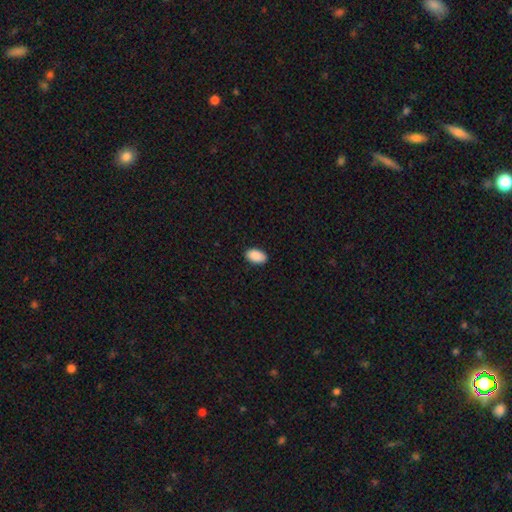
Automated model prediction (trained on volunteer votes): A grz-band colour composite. It shows a smooth galaxy with no disk features (90%) that is in between round and cigar-shaped (94%). Merging: none (88%).